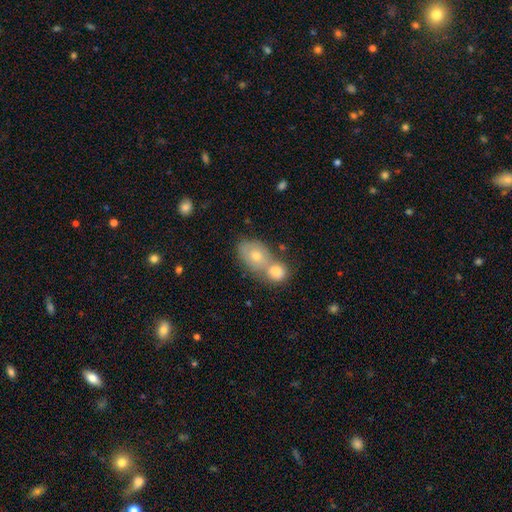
Smooth or featured? smooth (79%)
How rounded? in between (65%)
Merging? merger (82%)